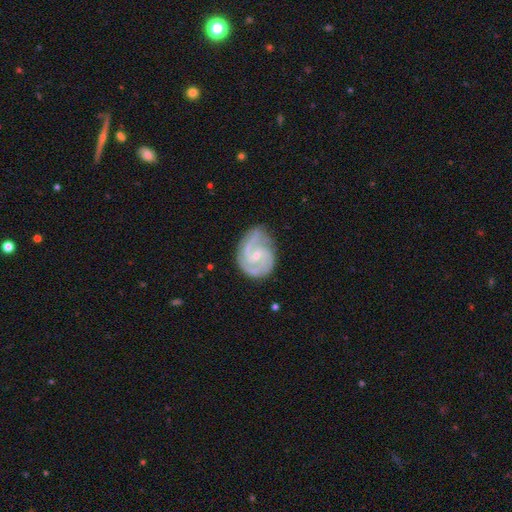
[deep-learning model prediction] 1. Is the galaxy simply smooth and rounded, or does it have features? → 92% featured or disk, 4% smooth, 4% star or artifact.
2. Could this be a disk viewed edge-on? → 98% no, 2% yes.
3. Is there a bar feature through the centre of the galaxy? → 48% no, 42% weak, 10% strong.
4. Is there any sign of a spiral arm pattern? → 99% yes, 1% no.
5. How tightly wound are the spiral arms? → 53% tight, 42% medium, 6% loose.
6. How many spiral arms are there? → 49% 2, 35% 3, 6% can't tell, 4% 4, 3% 1, 3% more than 4.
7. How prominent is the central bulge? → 72% small, 24% moderate, 3% none, 1% large, 1% dominant.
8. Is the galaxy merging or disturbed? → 74% none, 19% minor disturbance, 5% major disturbance, 1% merger.